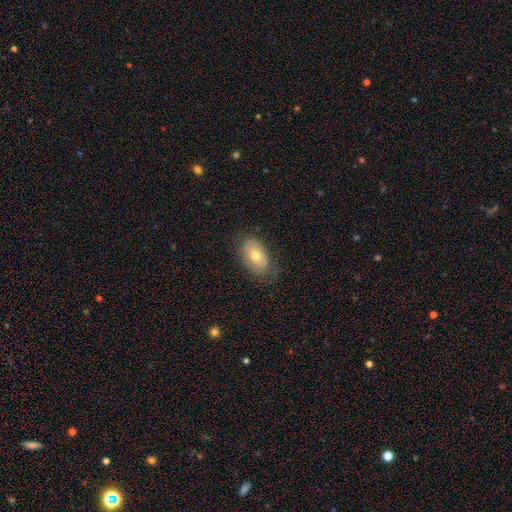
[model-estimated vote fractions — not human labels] Q: Smooth or featured?
A: smooth (62%); runner-up: featured or disk (30%)
Q: How rounded?
A: in between (90%); runner-up: round (8%)
Q: Merging?
A: none (71%); runner-up: minor disturbance (21%)